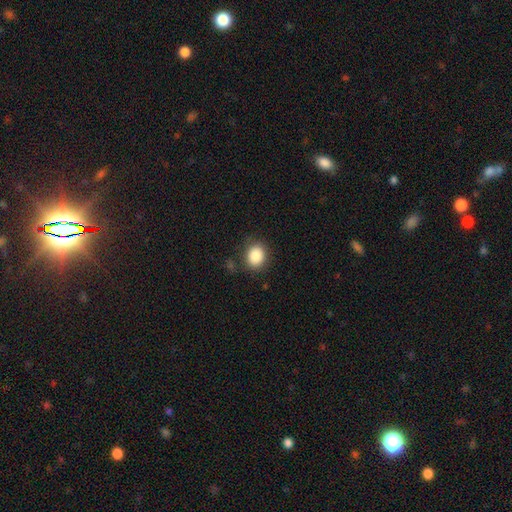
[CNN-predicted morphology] This appears to be a smooth galaxy with no disk features (86%) that is round (56%). Merging: none (82%).